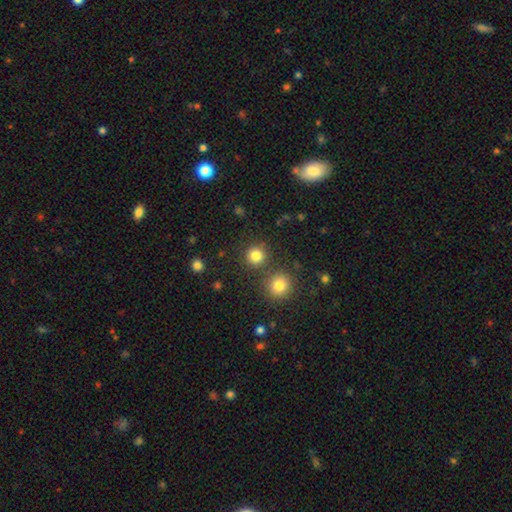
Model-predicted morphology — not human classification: A smooth galaxy with no disk features (82%) that is round (94%).

Vote fractions:
- Smooth or featured? smooth: 82% / star or artifact: 13% / featured or disk: 5%
- How rounded? round: 94% / in between: 6% / cigar-shaped: 1%
- Merging? none: 82% / merger: 9% / minor disturbance: 6% / major disturbance: 3%